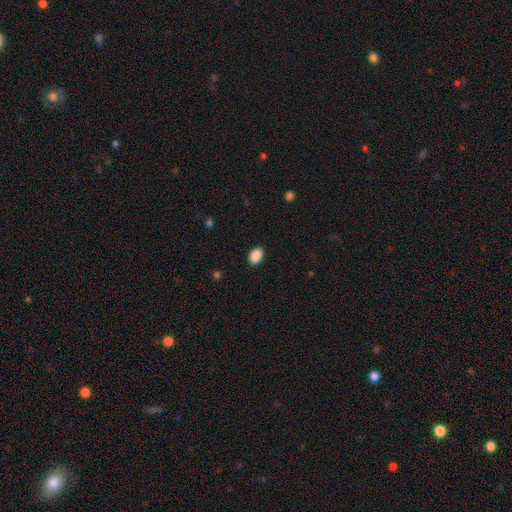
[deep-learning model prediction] This appears to be a smooth galaxy with no disk features (89%) that is in between round and cigar-shaped (82%). Merging: none (89%).